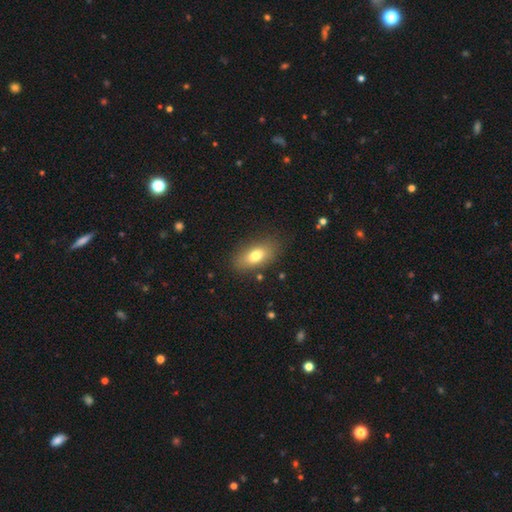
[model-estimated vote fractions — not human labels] smooth-or-featured: smooth: 76% | featured or disk: 16% | star or artifact: 8%
  how-rounded: in between: 87% | round: 7% | cigar-shaped: 6%
  merging: none: 81% | minor disturbance: 13% | major disturbance: 4% | merger: 2%